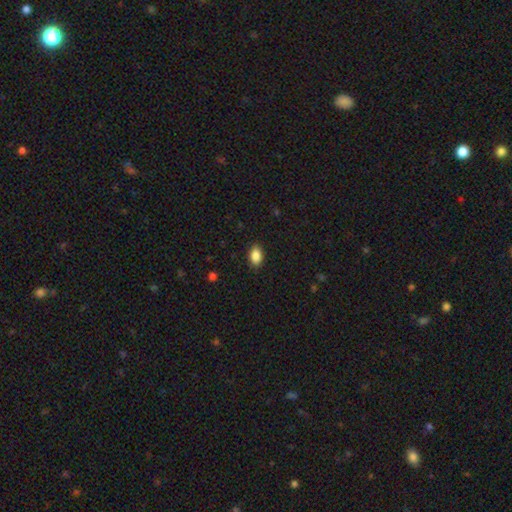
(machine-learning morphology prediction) The model was most divided on "how rounded": in between: 89%, round: 10%, cigar-shaped: 2%. More confident: merging — none (88%); smooth or featured — smooth (88%).